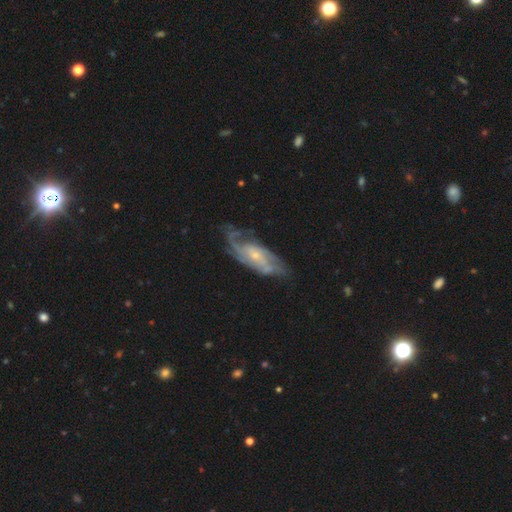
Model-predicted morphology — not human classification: Smooth or featured?
  - featured or disk: 84% *
  - smooth: 11%
  - star or artifact: 5%
Edge-on disk?
  - no: 91% *
  - yes: 9%
Bar?
  - no: 56% *
  - weak: 35%
  - strong: 8%
Spiral arms?
  - yes: 93% *
  - no: 7%
Spiral winding?
  - medium: 44% *
  - tight: 39%
  - loose: 17%
Spiral arm count?
  - 2: 42% *
  - can't tell: 27%
  - 3: 17%
  - 4: 5%
  - 1: 5%
  - more than 4: 4%
Bulge size?
  - small: 65% *
  - moderate: 28%
  - none: 4%
  - large: 2%
  - dominant: 1%
Merging?
  - none: 63% *
  - minor disturbance: 22%
  - major disturbance: 13%
  - merger: 2%